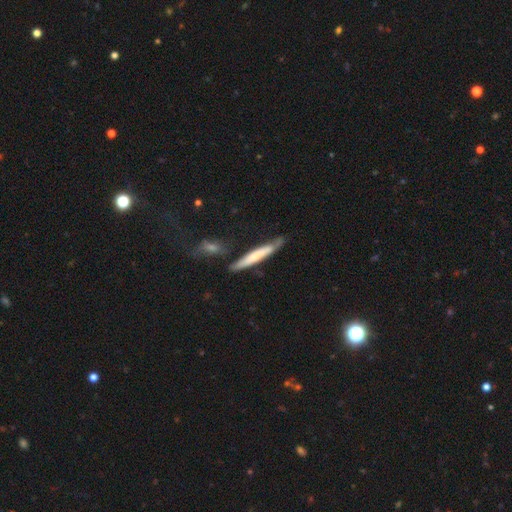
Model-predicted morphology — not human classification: Smooth or featured?
  - smooth: 56% *
  - featured or disk: 39%
  - star or artifact: 5%
How rounded?
  - cigar-shaped: 93% *
  - in between: 5%
  - round: 1%
Merging?
  - none: 64% *
  - minor disturbance: 23%
  - merger: 7%
  - major disturbance: 6%